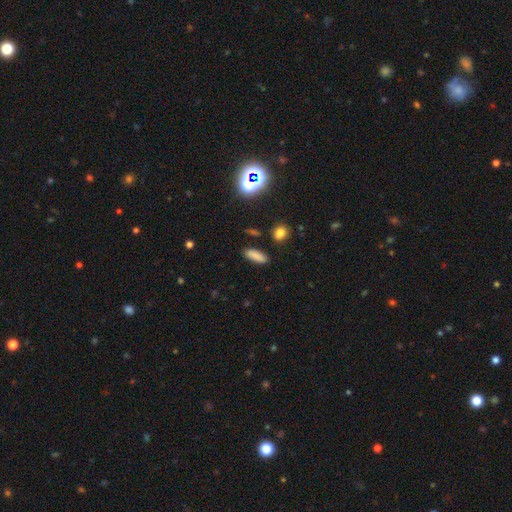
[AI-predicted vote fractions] Smooth or featured?
  - smooth: 82% *
  - star or artifact: 12%
  - featured or disk: 6%
How rounded?
  - in between: 58% *
  - cigar-shaped: 38%
  - round: 4%
Merging?
  - none: 85% *
  - minor disturbance: 10%
  - merger: 3%
  - major disturbance: 3%